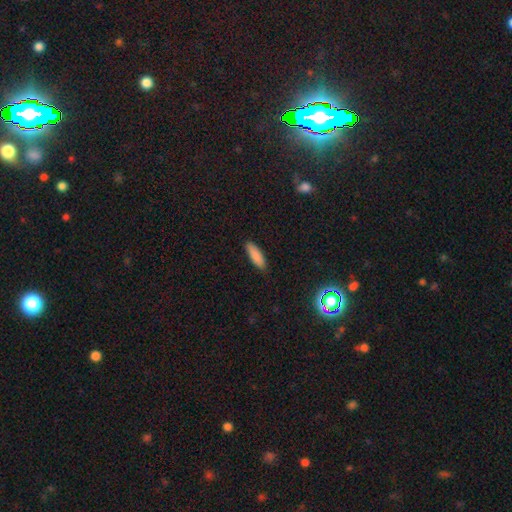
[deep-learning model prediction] The model was most divided on "how rounded" (2-way tie): in between: 49%, cigar-shaped: 49%, round: 2%. More confident: merging — none (87%); smooth or featured — smooth (86%).